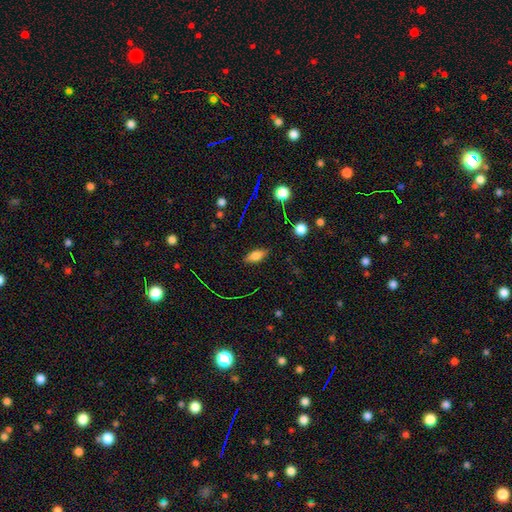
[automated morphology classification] Smooth or featured? Predicted: smooth (p=0.67). How rounded? Predicted: in between (p=0.79). Merging? Predicted: none (p=0.84).